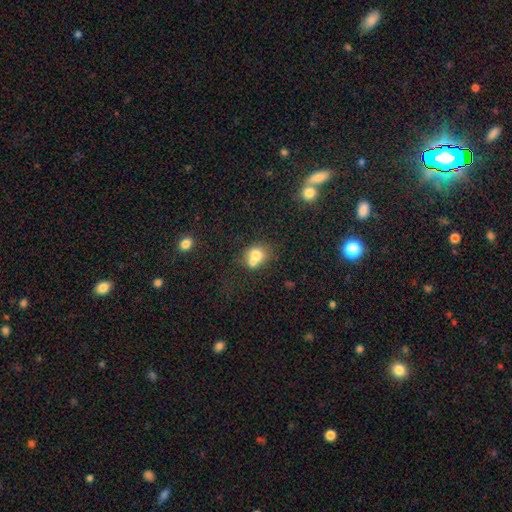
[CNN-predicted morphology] Overall: smooth (71%). How rounded: round (61%; in between 38%). Merging: merger (54%; none 32%).